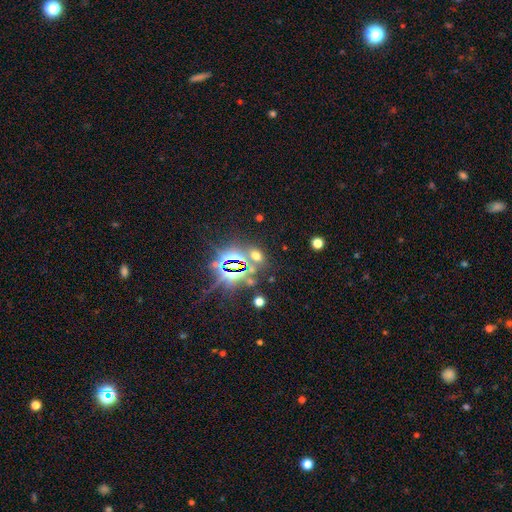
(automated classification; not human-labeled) smooth-or-featured: star or artifact: 54% | smooth: 38% | featured or disk: 9%